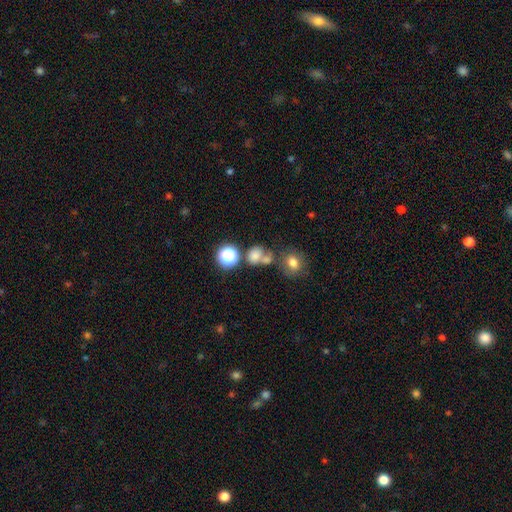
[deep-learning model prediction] smooth 72%, star or artifact 19%, featured or disk 10%. Down the decision tree: how rounded — round (68%); merging — none (45%).